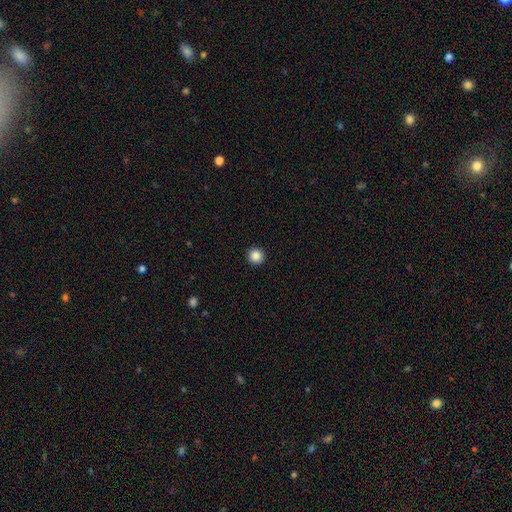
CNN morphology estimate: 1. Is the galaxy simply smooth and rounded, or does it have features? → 86% smooth, 10% star or artifact, 4% featured or disk.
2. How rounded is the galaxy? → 95% round, 4% in between, 1% cigar-shaped.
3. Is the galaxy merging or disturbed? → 93% none, 4% minor disturbance, 1% major disturbance, 1% merger.